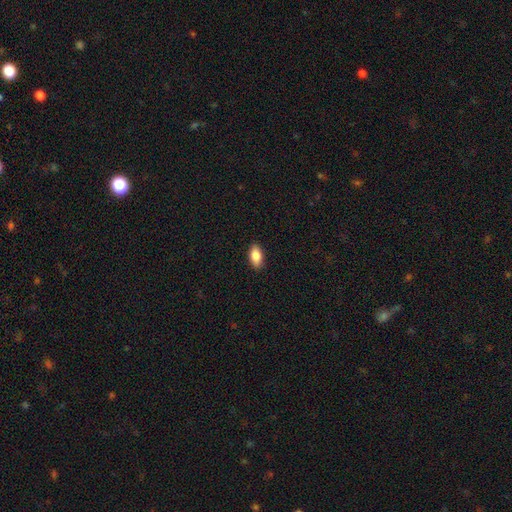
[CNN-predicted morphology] smooth-or-featured: smooth: 84% | featured or disk: 9% | star or artifact: 7%
  how-rounded: in between: 90% | cigar-shaped: 6% | round: 4%
  merging: none: 89% | minor disturbance: 8% | major disturbance: 2% | merger: 1%